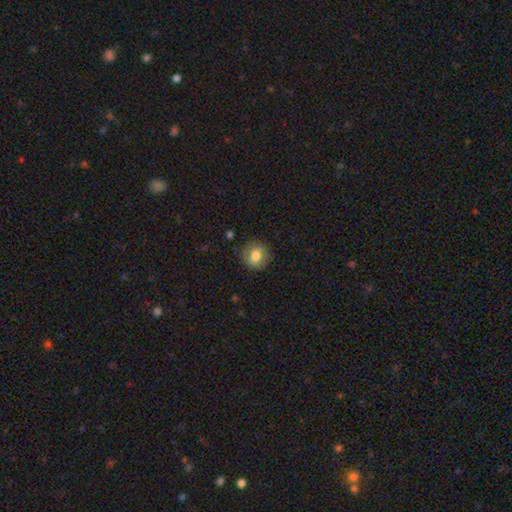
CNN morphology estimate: smooth-or-featured: smooth: 78% | featured or disk: 13% | star or artifact: 9%
  how-rounded: round: 85% | in between: 14% | cigar-shaped: 1%
  merging: none: 88% | minor disturbance: 9% | major disturbance: 2% | merger: 1%